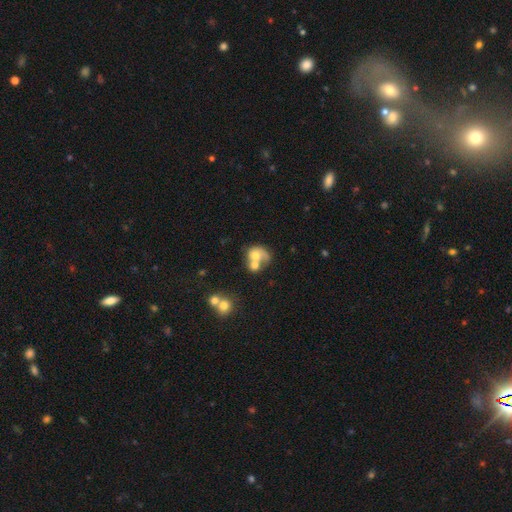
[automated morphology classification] smooth_or_featured: smooth (p=0.53) [alt: featured or disk p=0.37]
how_rounded: round (p=0.56) [alt: in between p=0.43]
merging: merger (p=0.64) [alt: none p=0.16]